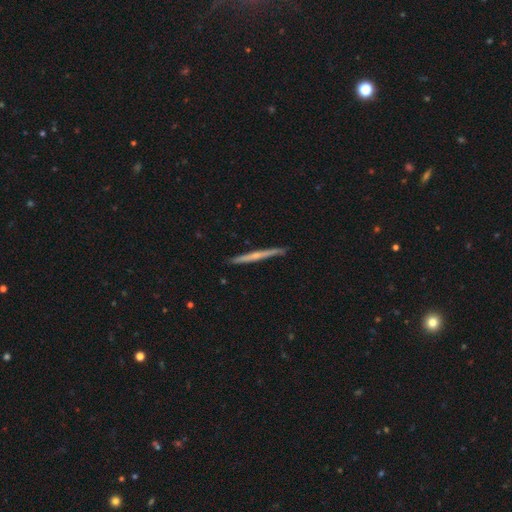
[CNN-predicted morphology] A featured or disk galaxy (64%) viewed edge-on (98%) with no central bulge (50%).

Vote fractions:
- Smooth or featured? featured or disk: 64% / smooth: 31% / star or artifact: 6%
- Edge-on disk? yes: 98% / no: 2%
- Edge-on bulge? none: 50% / rounded: 45% / boxy: 6%
- Merging? none: 90% / minor disturbance: 7% / major disturbance: 1% / merger: 1%